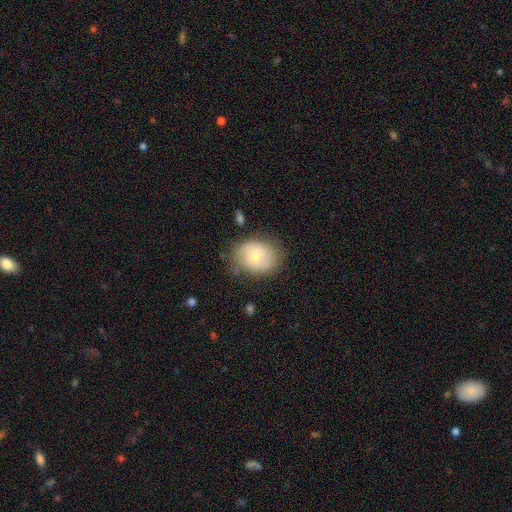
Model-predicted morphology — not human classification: Smooth or featured? Predicted: smooth (p=0.61). How rounded? Predicted: in between (p=0.52). Merging? Predicted: none (p=0.69).